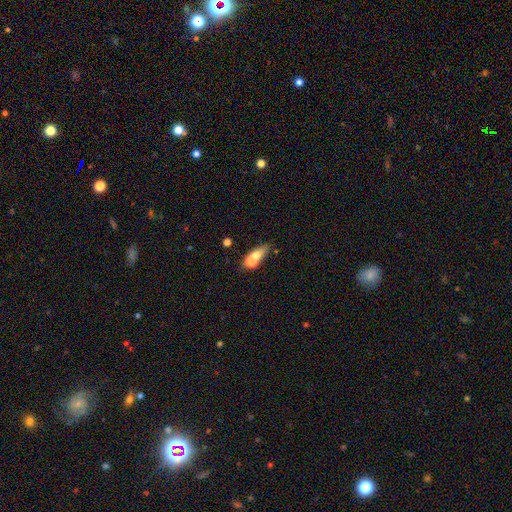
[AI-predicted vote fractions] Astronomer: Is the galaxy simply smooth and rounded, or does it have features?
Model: smooth — 63%.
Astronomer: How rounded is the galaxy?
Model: in between — 54%.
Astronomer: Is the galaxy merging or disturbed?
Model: merger — 45% (runner-up: none, 36%).